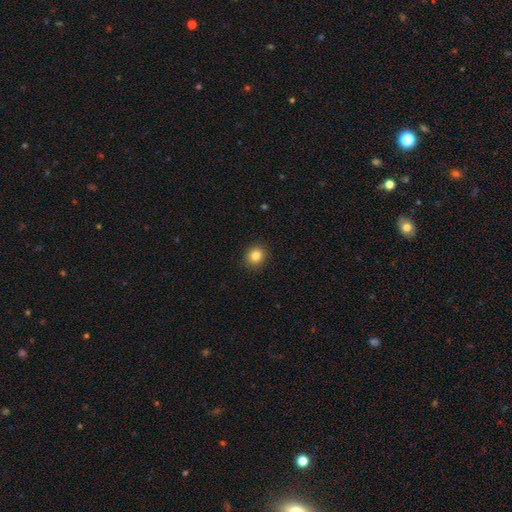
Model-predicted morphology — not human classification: Smooth or featured: smooth — 84% (star or artifact — 10%)
How rounded: round — 82% (in between — 18%)
Merging: none — 91% (minor disturbance — 6%)